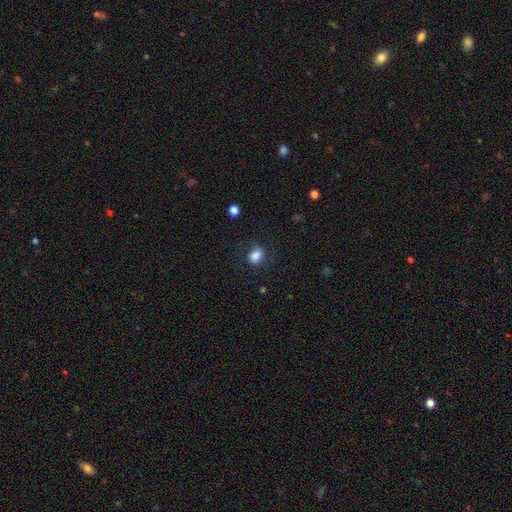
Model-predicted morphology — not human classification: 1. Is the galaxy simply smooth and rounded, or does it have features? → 85% smooth, 9% star or artifact, 6% featured or disk.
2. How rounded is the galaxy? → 60% in between, 38% round, 1% cigar-shaped.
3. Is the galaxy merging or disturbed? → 79% none, 14% minor disturbance, 6% major disturbance, 1% merger.